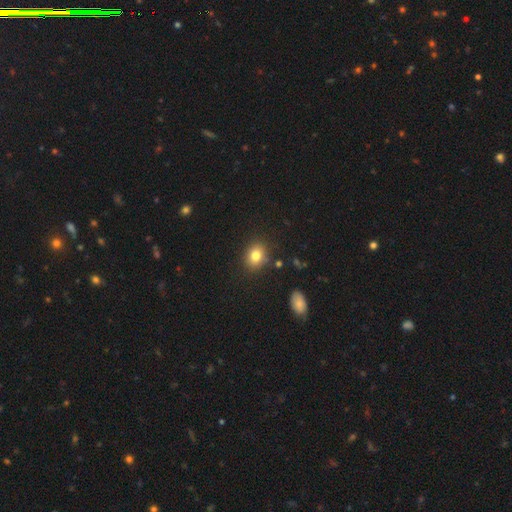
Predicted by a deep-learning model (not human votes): smooth 81%, star or artifact 11%, featured or disk 8%. Down the decision tree: how rounded — in between (52%); merging — none (85%).